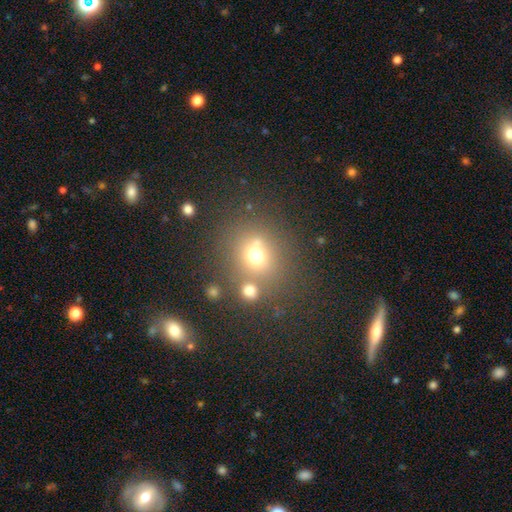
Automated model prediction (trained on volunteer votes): This is likely a smooth galaxy (65%). How rounded: likely round (79%). Merging: likely none (64%).